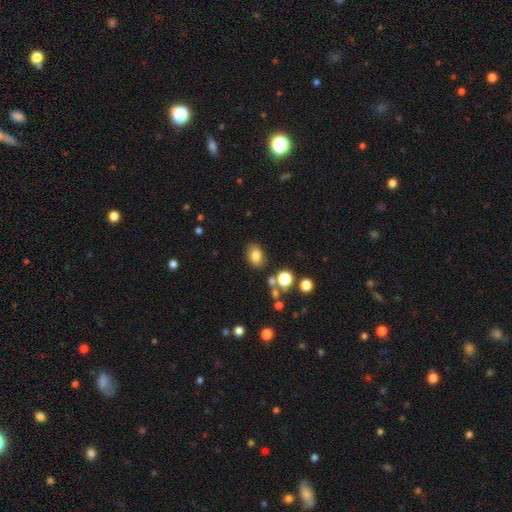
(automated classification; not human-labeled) Morphology: type=smooth (80%); roundness=in between (72%); merging=none (81%).